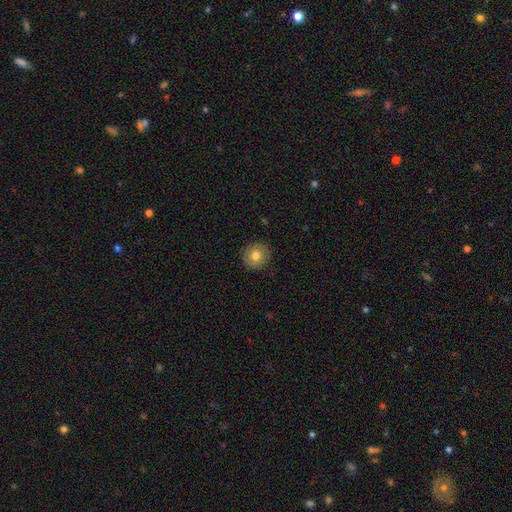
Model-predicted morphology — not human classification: Smooth or featured? smooth (74%)
How rounded? round (91%)
Merging? none (89%)